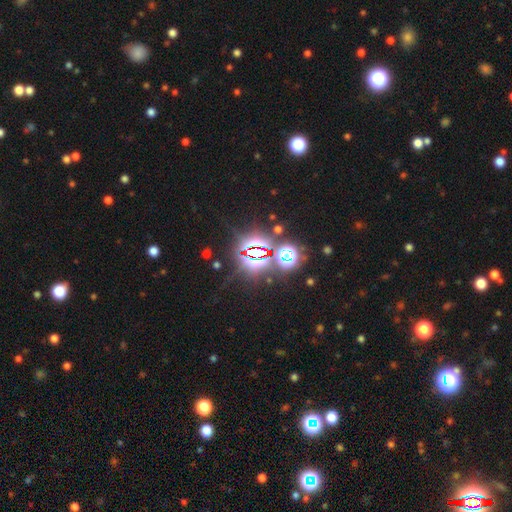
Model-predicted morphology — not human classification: Smooth or featured?
  - star or artifact: 81% *
  - smooth: 12%
  - featured or disk: 8%